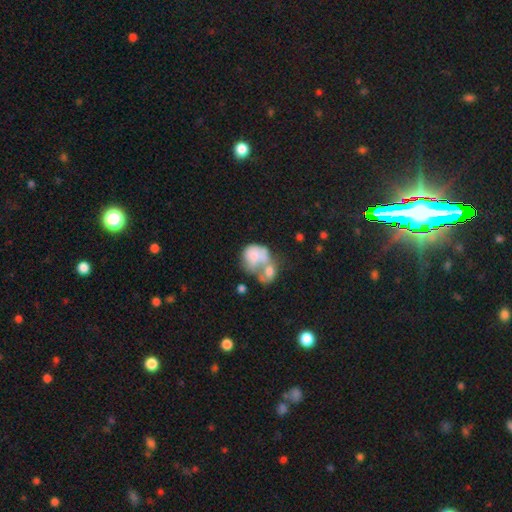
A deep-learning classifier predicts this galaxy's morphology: Overall: smooth (58%; featured or disk 33%). How rounded: in between (53%; round 46%). Merging: merger (63%).